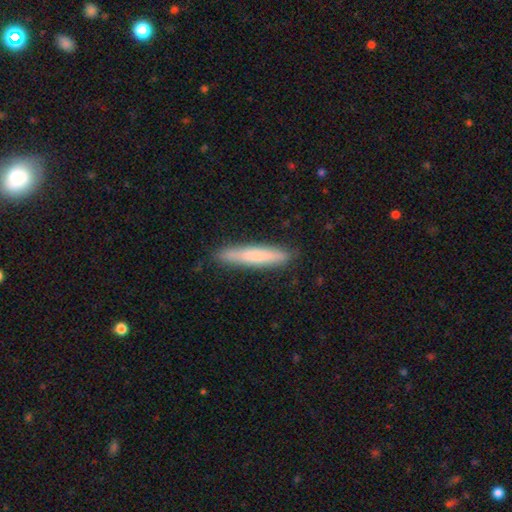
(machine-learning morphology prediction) This is likely a smooth galaxy (73%). How rounded: clearly cigar-shaped (94%). Merging: clearly none (87%).